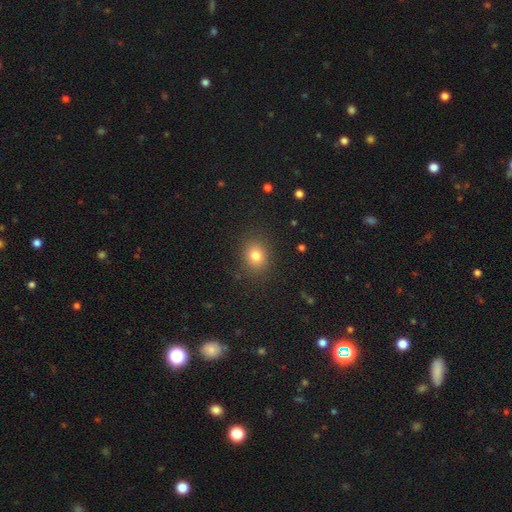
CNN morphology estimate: type=smooth (80%); roundness=round (57%); merging=none (86%).